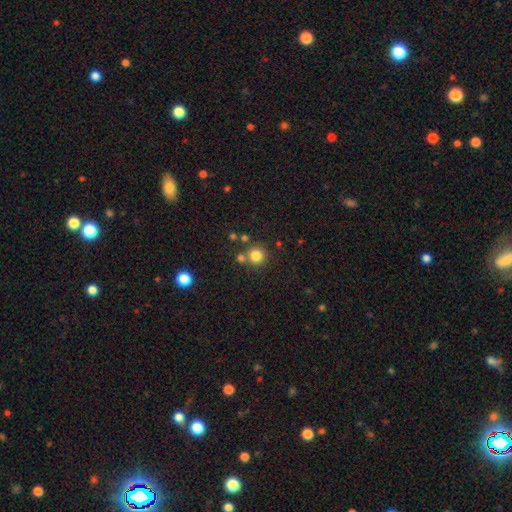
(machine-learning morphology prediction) smooth_or_featured: smooth (p=0.81) [alt: star or artifact p=0.13]
how_rounded: round (p=0.93) [alt: in between p=0.06]
merging: none (p=0.73) [alt: merger p=0.16]